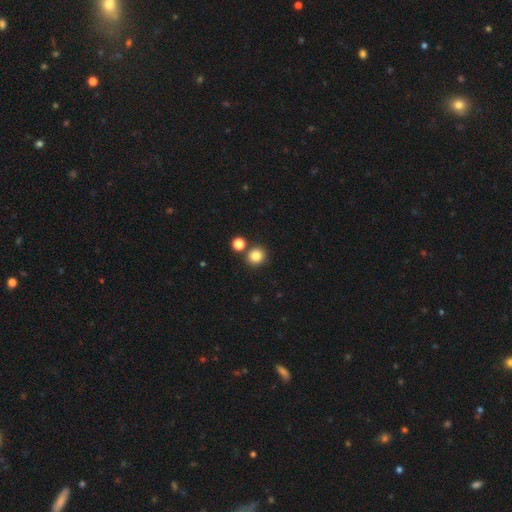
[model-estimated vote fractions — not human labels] smooth 83%, star or artifact 12%, featured or disk 5%. Down the decision tree: how rounded — round (88%); merging — none (80%).